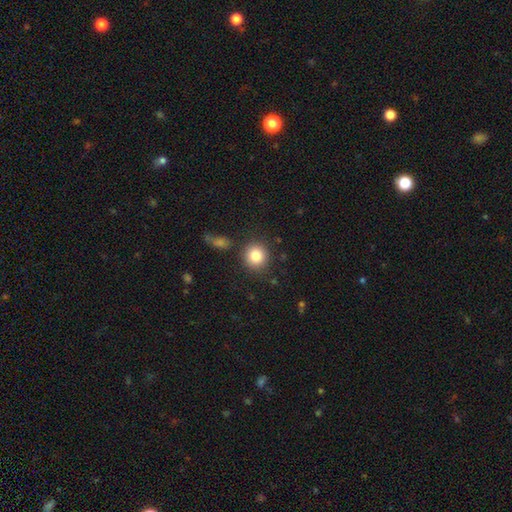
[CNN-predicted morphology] Smooth or featured? smooth (82%)
How rounded? round (91%)
Merging? none (86%)